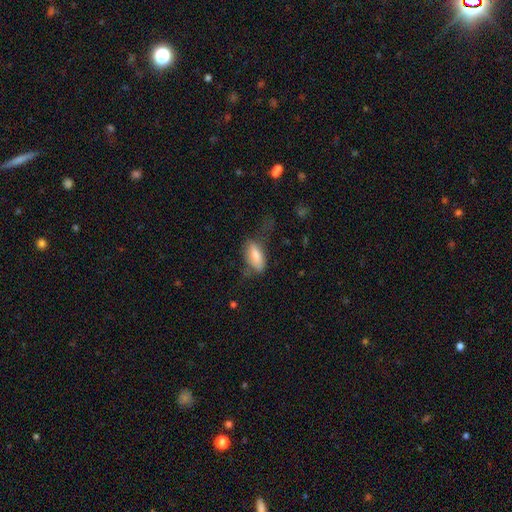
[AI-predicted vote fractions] This is likely a smooth galaxy (76%). How rounded: clearly in between (84%). Merging: marginally none (41%).